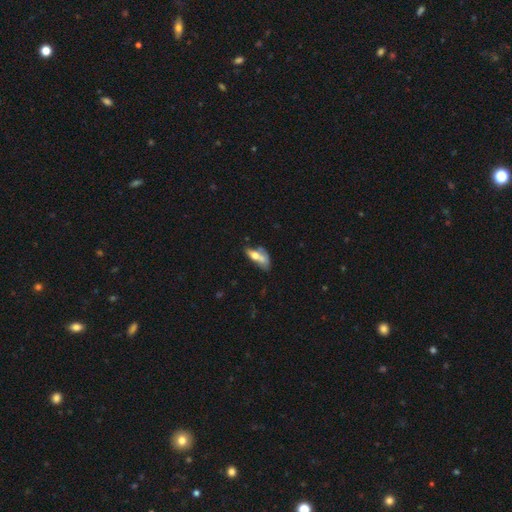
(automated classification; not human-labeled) This is possibly a smooth galaxy (55%). How rounded: likely in between (71%). Merging: marginally merger (35%).